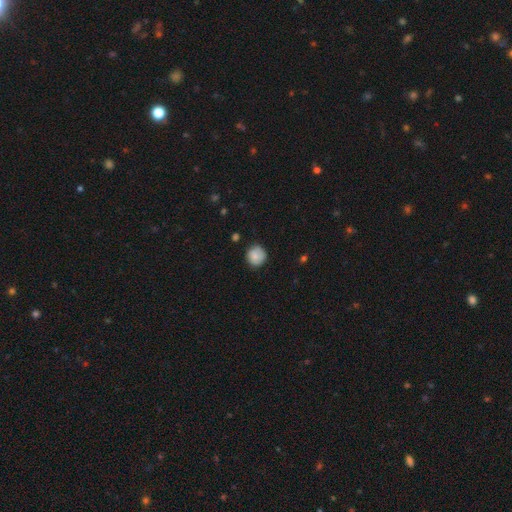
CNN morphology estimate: This is clearly a smooth galaxy (81%). How rounded: clearly round (88%). Merging: likely none (79%).